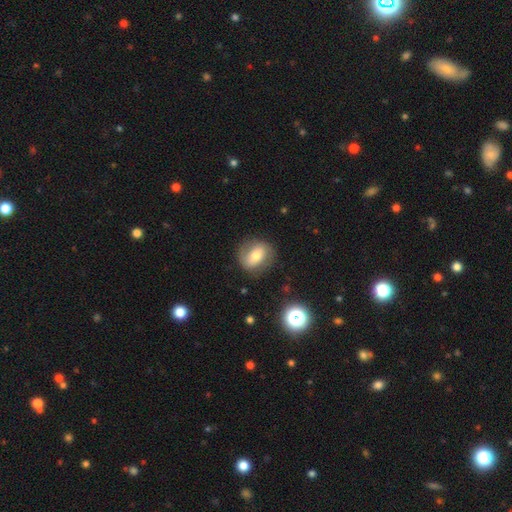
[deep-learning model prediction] Smooth or featured: smooth — 48% (featured or disk — 43%)
Merging: none — 78% (minor disturbance — 14%)